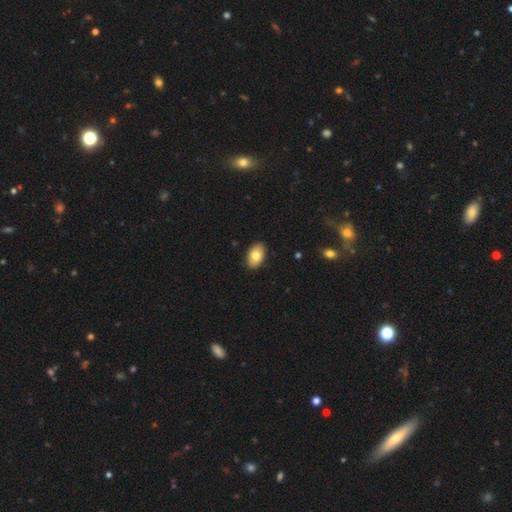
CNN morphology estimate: Q: Smooth or featured?
A: smooth (78%); runner-up: featured or disk (15%)
Q: How rounded?
A: in between (92%); runner-up: round (7%)
Q: Merging?
A: none (89%); runner-up: minor disturbance (8%)